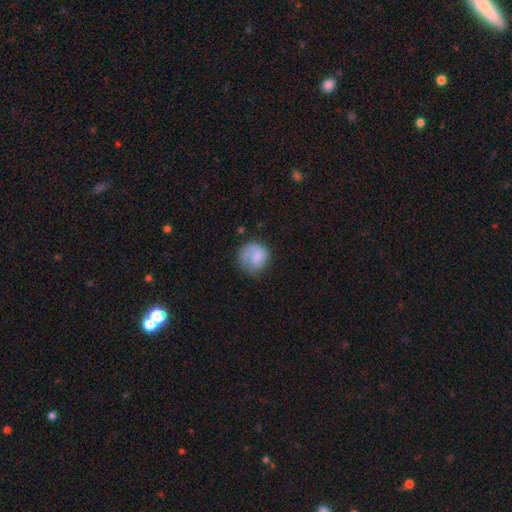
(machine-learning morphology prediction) This is likely a smooth galaxy (69%). How rounded: clearly round (83%). Merging: possibly none (57%).